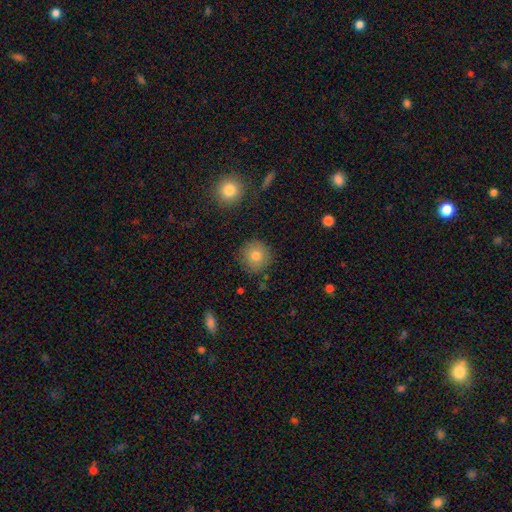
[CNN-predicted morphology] smooth_or_featured: smooth (p=0.80) [alt: star or artifact p=0.10]
how_rounded: round (p=0.94) [alt: in between p=0.05]
merging: none (p=0.87) [alt: minor disturbance p=0.08]